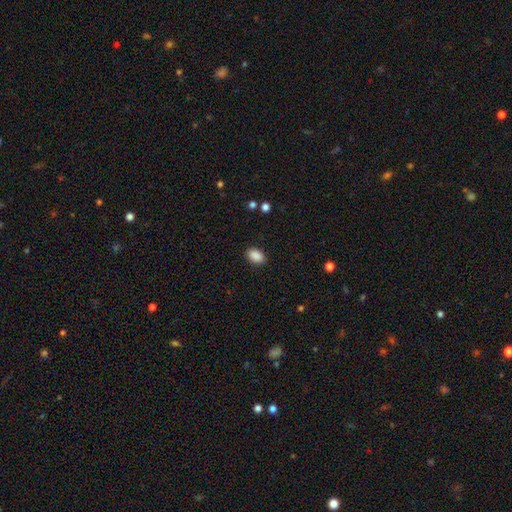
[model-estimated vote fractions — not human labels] smooth-or-featured: smooth: 89% | star or artifact: 8% | featured or disk: 3%
  how-rounded: in between: 86% | round: 13% | cigar-shaped: 1%
  merging: none: 89% | minor disturbance: 8% | major disturbance: 2% | merger: 1%